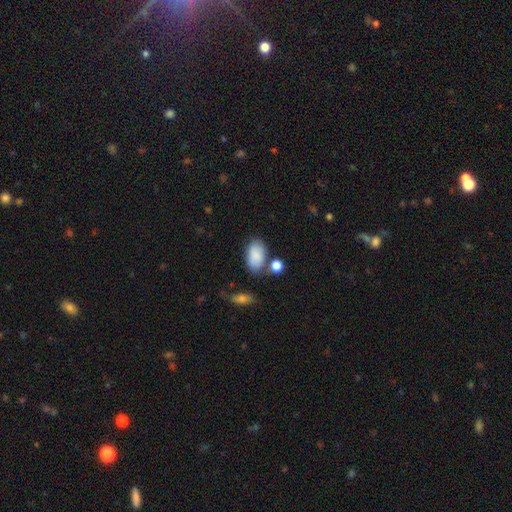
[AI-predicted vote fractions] Smooth or featured? smooth (86%)
How rounded? in between (92%)
Merging? none (65%)